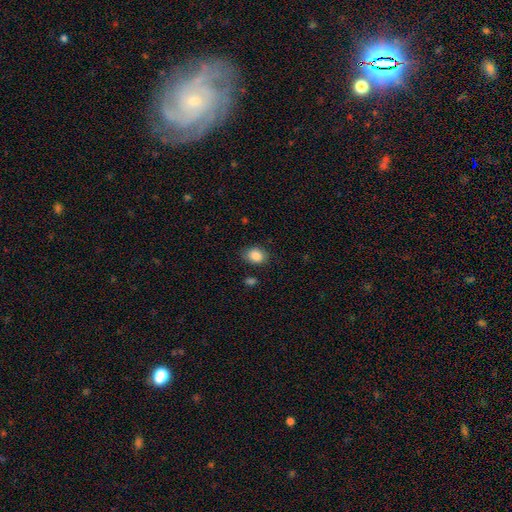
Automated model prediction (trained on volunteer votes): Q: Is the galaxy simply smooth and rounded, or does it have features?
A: smooth — 87%.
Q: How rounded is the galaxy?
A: in between — 64%.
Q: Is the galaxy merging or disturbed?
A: none — 78%.